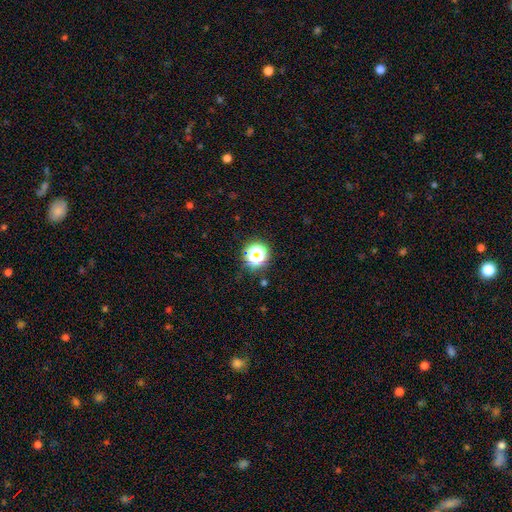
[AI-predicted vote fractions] smooth-or-featured: star or artifact: 53% | smooth: 38% | featured or disk: 9%